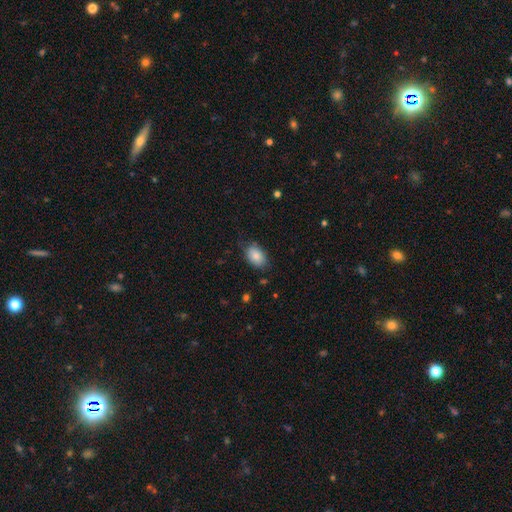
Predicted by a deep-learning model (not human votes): Smooth or featured? Predicted: smooth (p=0.85). How rounded? Predicted: in between (p=0.88). Merging? Predicted: none (p=0.72).